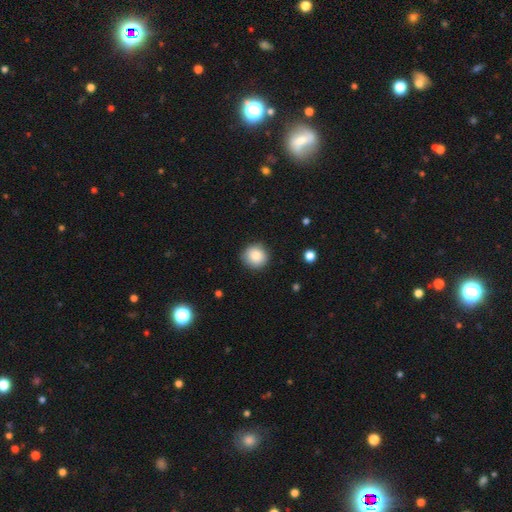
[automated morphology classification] This appears to be a smooth galaxy with no disk features (85%) that is round (92%). Merging: none (88%).